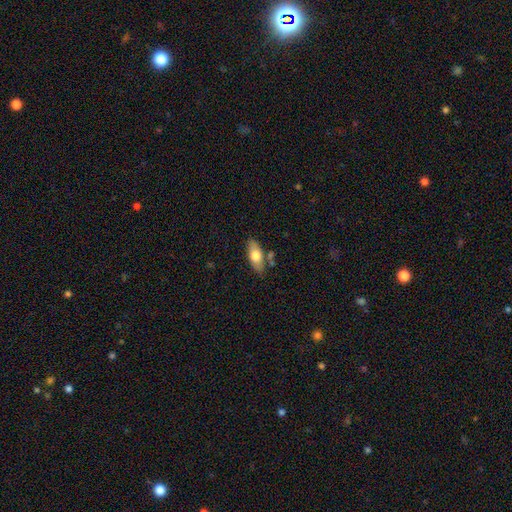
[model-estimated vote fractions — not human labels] Smooth or featured? Predicted: smooth (p=0.69). How rounded? Predicted: in between (p=0.83). Merging? Predicted: none (p=0.75).